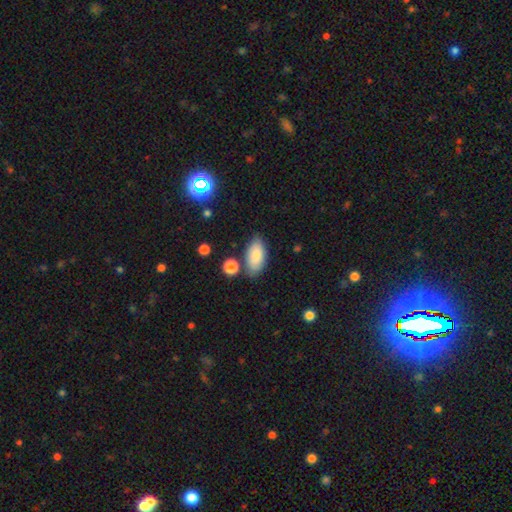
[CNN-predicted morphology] Overall: smooth (84%). How rounded: in between (92%). Merging: none (76%).